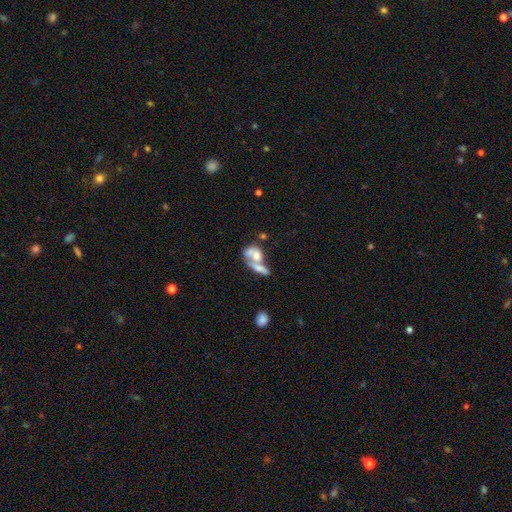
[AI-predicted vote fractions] Smooth or featured: smooth — 51% (featured or disk — 40%)
How rounded: in between — 65% (round — 24%)
Merging: merger — 66% (none — 16%)